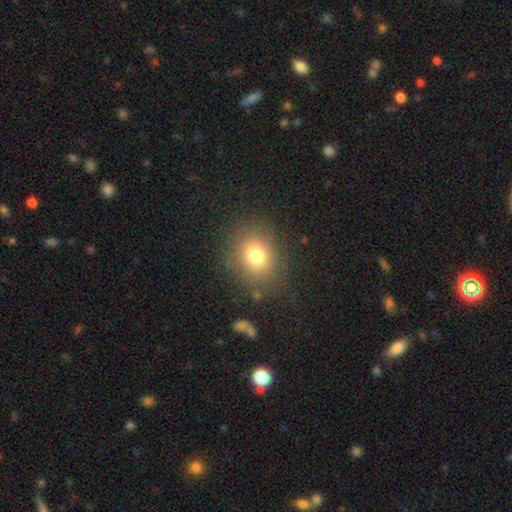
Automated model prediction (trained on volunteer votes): Overall: smooth (77%). How rounded: round (56%; in between 43%). Merging: none (83%).